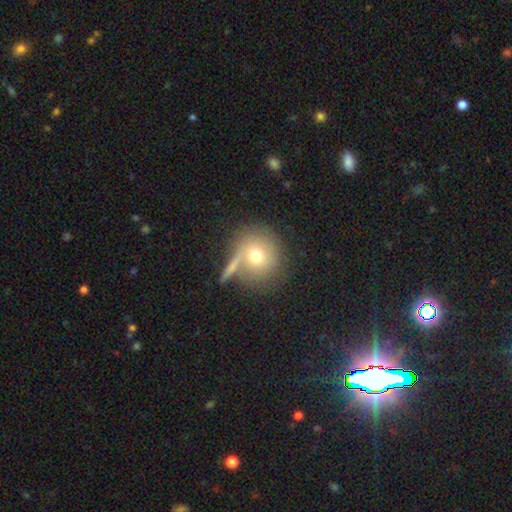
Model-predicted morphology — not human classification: Smooth or featured? smooth (70%)
How rounded? round (89%)
Merging? none (64%)